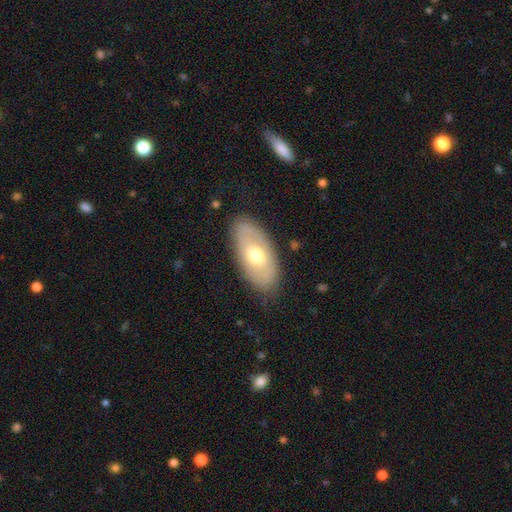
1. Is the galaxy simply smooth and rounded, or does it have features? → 62% smooth, 36% featured or disk, 3% star or artifact.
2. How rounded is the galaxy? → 100% in between, 0% round, 0% cigar-shaped.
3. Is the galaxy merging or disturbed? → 82% none, 16% minor disturbance, 3% major disturbance, 0% merger.